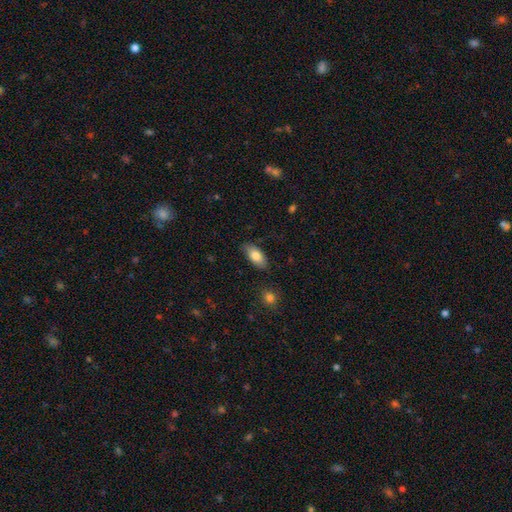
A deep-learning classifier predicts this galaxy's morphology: This is clearly a smooth galaxy (81%). How rounded: clearly in between (89%). Merging: clearly none (84%).